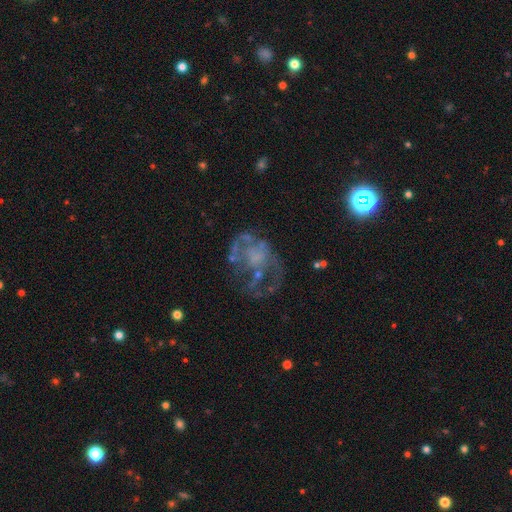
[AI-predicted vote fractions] Q: Smooth or featured?
A: featured or disk (69%); runner-up: smooth (18%)
Q: Edge-on disk?
A: no (98%); runner-up: yes (2%)
Q: Bar?
A: no (84%); runner-up: weak (13%)
Q: Spiral arms?
A: no (62%); runner-up: yes (38%)
Q: Bulge size?
A: none (58%); runner-up: small (18%)
Q: Merging?
A: none (39%); runner-up: major disturbance (37%)